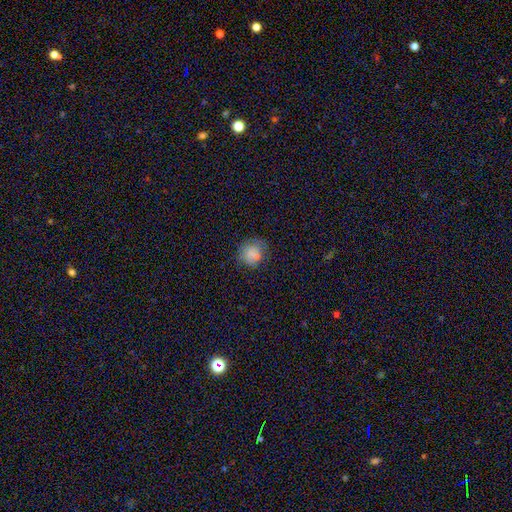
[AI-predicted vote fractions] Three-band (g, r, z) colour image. It shows a smooth galaxy with no disk features (74%) that is round (85%). Merging: none (76%).